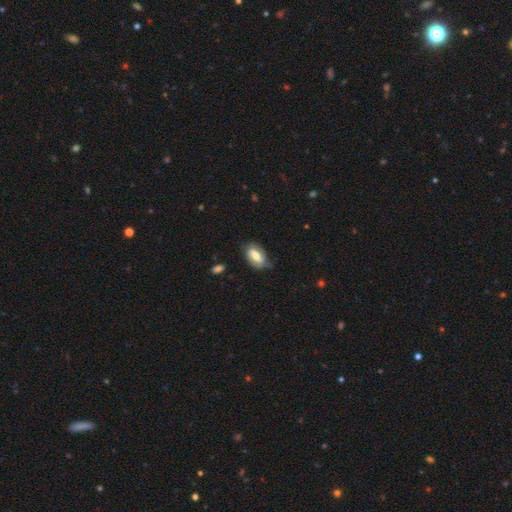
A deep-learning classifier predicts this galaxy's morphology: A featured or disk galaxy (59%) with a weak bar (40%), spiral arms (78%) and a moderate central bulge (61%).

Vote fractions:
- Smooth or featured? featured or disk: 59% / smooth: 34% / star or artifact: 7%
- Edge-on disk? no: 93% / yes: 7%
- Bar? weak: 40% / strong: 38% / no: 22%
- Spiral arms? yes: 78% / no: 22%
- Bulge size? moderate: 61% / small: 19% / large: 16% / none: 2% / dominant: 2%
- Merging? none: 67% / minor disturbance: 24% / major disturbance: 8% / merger: 2%